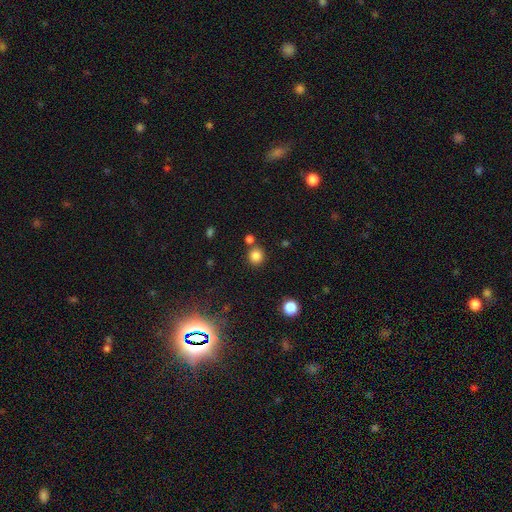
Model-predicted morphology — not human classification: The model was most divided on "merging": none: 79%, merger: 10%, minor disturbance: 8%, major disturbance: 3%. More confident: how rounded — round (90%); smooth or featured — smooth (83%).